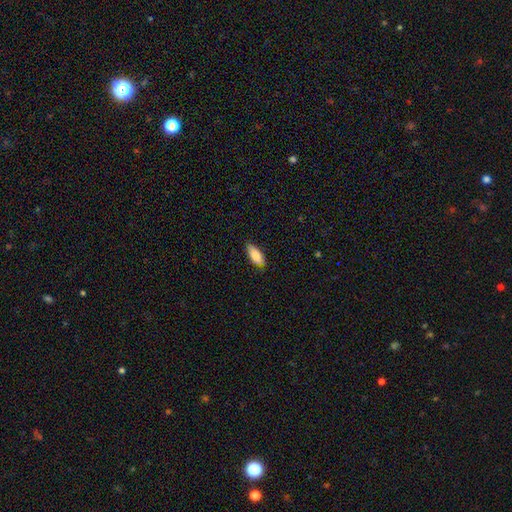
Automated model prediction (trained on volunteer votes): A smooth galaxy with no disk features (86%) that is in between round and cigar-shaped (82%). Merging: none (82%).